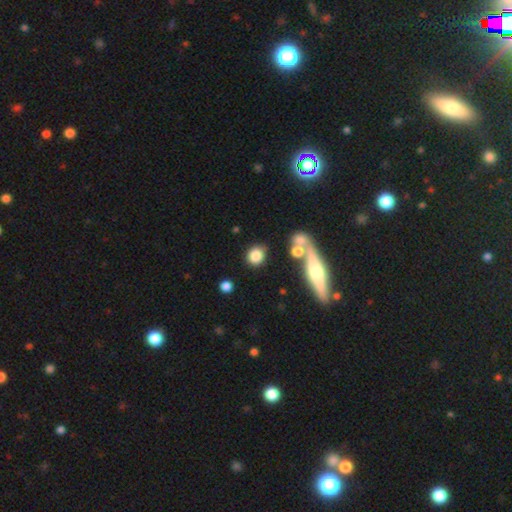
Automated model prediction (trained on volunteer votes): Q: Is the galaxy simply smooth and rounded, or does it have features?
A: smooth — 81%.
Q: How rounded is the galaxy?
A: round — 74%.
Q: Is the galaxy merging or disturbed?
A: none — 75%.